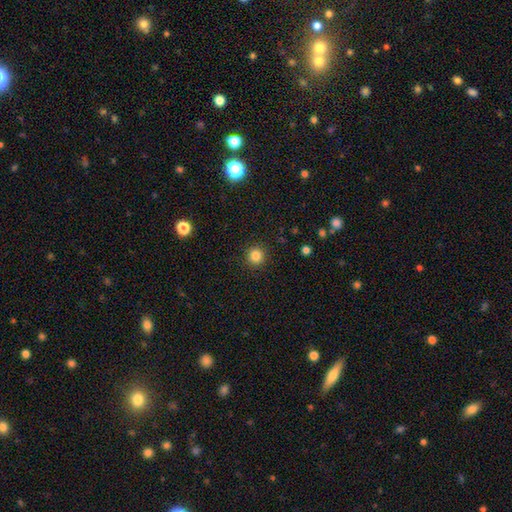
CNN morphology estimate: smooth 83%, star or artifact 12%, featured or disk 5%. Down the decision tree: how rounded — round (94%); merging — none (91%).